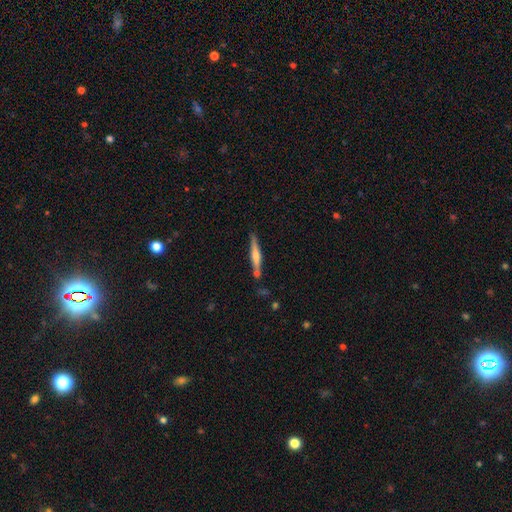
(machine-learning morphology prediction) Q: Smooth or featured?
A: featured or disk (53%); runner-up: smooth (41%)
Q: Edge-on disk?
A: yes (96%); runner-up: no (4%)
Q: Edge-on bulge?
A: rounded (64%); runner-up: boxy (20%)
Q: Merging?
A: none (74%); runner-up: minor disturbance (13%)